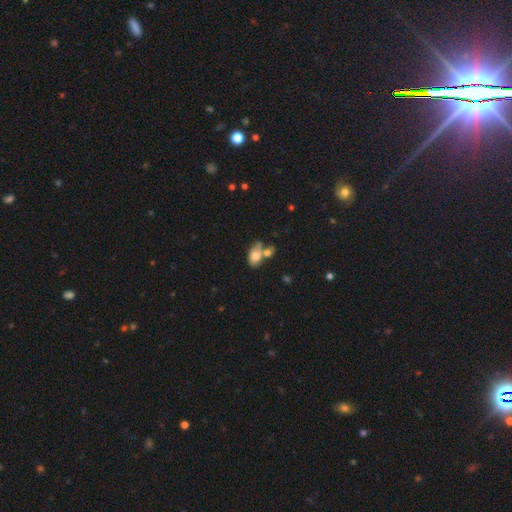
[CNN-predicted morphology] Overall: smooth (69%). How rounded: in between (84%). Merging: merger (49%; none 26%).